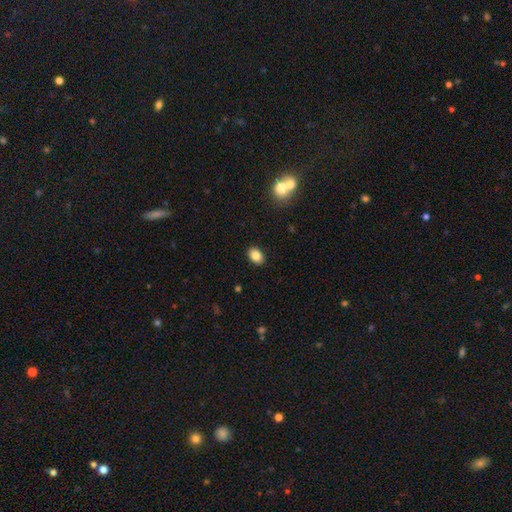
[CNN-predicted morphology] Q: Smooth or featured?
A: smooth (84%); runner-up: star or artifact (9%)
Q: How rounded?
A: in between (78%); runner-up: round (21%)
Q: Merging?
A: none (89%); runner-up: minor disturbance (8%)